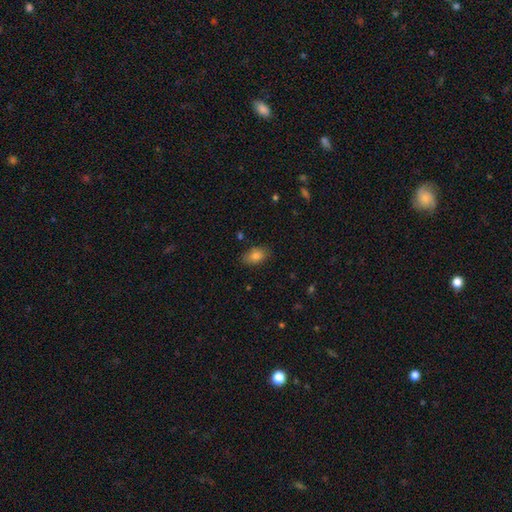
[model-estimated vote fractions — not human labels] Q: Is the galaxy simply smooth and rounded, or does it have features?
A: smooth — 83%.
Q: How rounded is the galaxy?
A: in between — 87%.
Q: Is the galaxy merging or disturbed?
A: none — 82%.